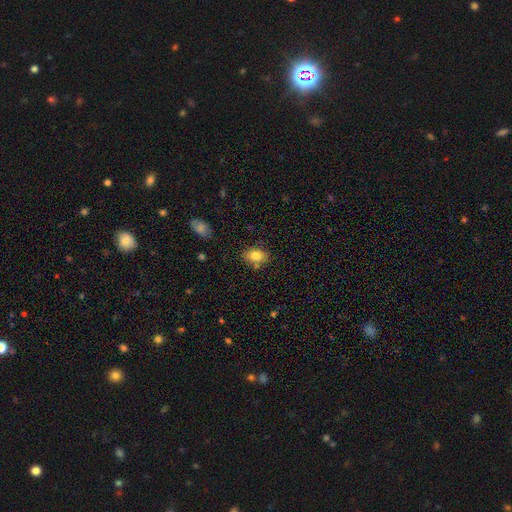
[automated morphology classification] Overall: smooth (82%). How rounded: in between (78%). Merging: none (76%).